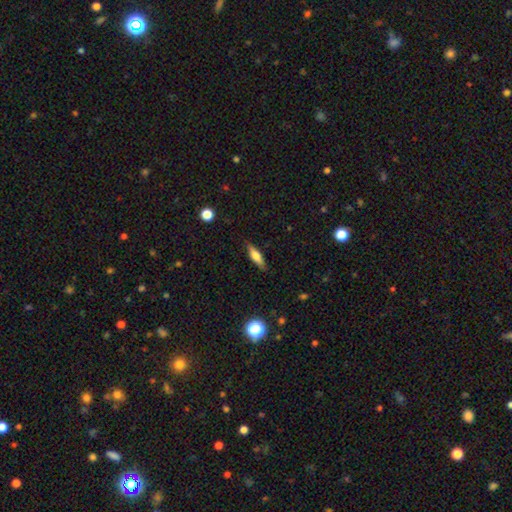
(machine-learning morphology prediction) Smooth or featured? smooth (59%)
How rounded? cigar-shaped (62%)
Merging? none (86%)